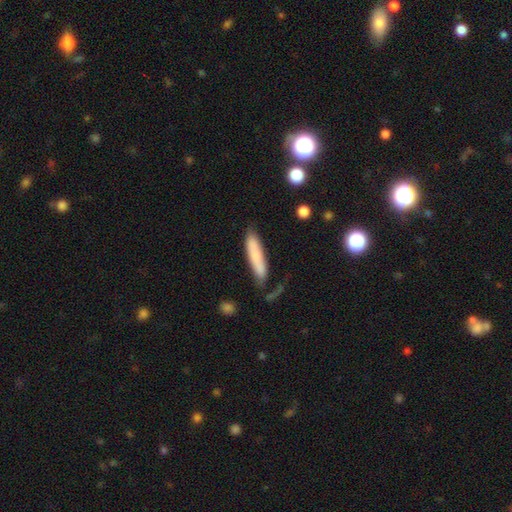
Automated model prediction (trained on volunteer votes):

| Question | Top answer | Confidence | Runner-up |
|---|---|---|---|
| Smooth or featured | smooth | 73% | featured or disk (21%) |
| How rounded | cigar-shaped | 83% | in between (16%) |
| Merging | none | 62% | minor disturbance (24%) |